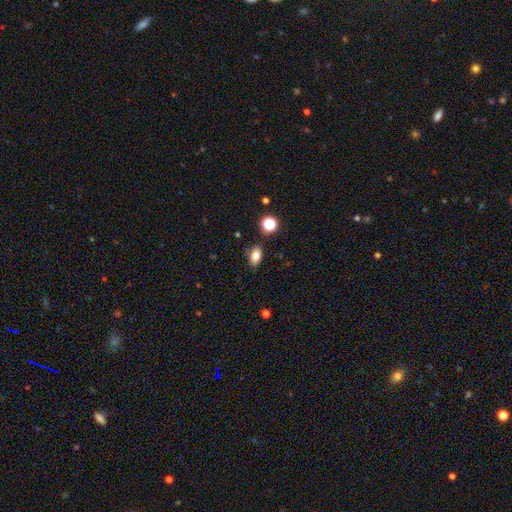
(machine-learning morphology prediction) The model was most divided on "merging": none: 81%, minor disturbance: 13%, merger: 3%, major disturbance: 3%. More confident: how rounded — in between (84%); smooth or featured — smooth (81%).